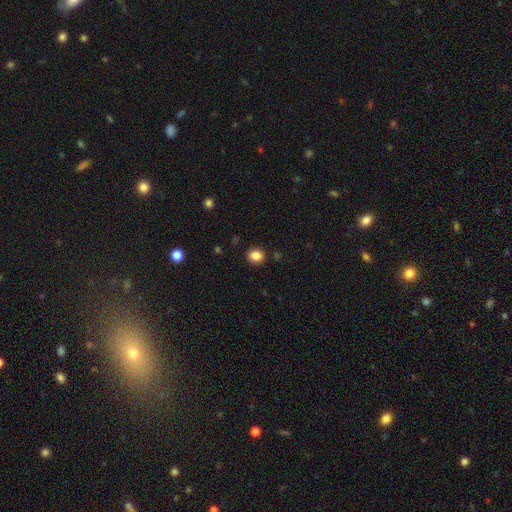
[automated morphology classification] smooth_or_featured: smooth (p=0.86) [alt: star or artifact p=0.10]
how_rounded: round (p=0.70) [alt: in between p=0.29]
merging: none (p=0.89) [alt: minor disturbance p=0.07]